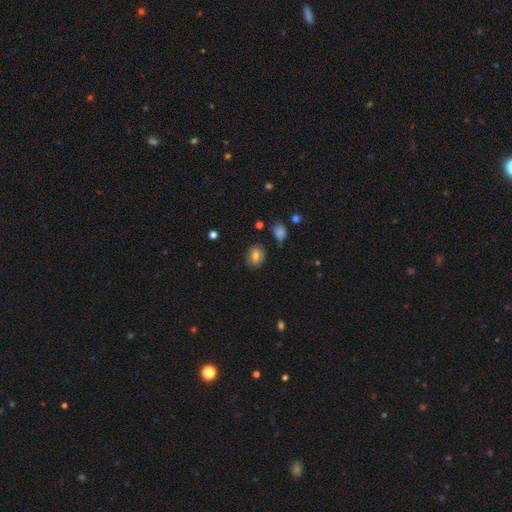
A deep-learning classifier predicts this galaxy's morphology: Smooth or featured?
  - smooth: 73% *
  - featured or disk: 17%
  - star or artifact: 11%
How rounded?
  - round: 51% *
  - in between: 48%
  - cigar-shaped: 1%
Merging?
  - none: 78% *
  - minor disturbance: 15%
  - major disturbance: 4%
  - merger: 2%